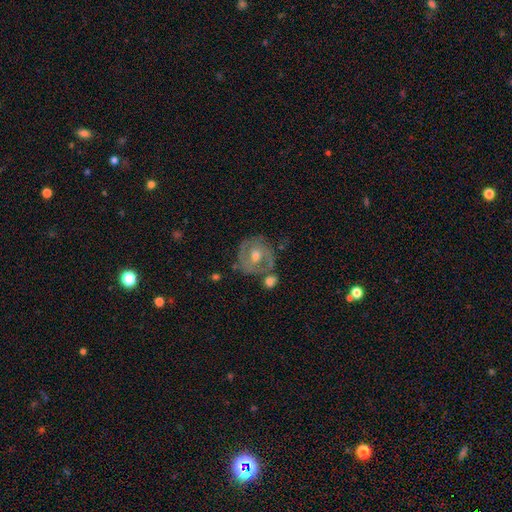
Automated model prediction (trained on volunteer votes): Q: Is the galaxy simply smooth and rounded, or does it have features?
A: featured or disk — 74%.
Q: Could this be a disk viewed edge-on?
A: no — 97%.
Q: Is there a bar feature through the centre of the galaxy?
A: no — 54%.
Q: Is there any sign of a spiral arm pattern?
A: yes — 76%.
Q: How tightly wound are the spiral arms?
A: tight — 54%.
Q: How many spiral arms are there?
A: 2 — 62%.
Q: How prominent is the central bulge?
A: moderate — 74%.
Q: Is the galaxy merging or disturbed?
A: none — 63%.